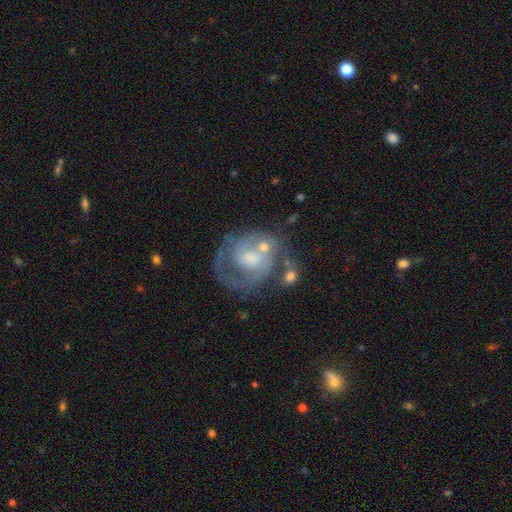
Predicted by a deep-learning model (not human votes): Smooth or featured?
  - featured or disk: 79% *
  - smooth: 13%
  - star or artifact: 8%
Edge-on disk?
  - no: 98% *
  - yes: 2%
Bar?
  - no: 55% *
  - weak: 38%
  - strong: 8%
Spiral arms?
  - yes: 87% *
  - no: 13%
Spiral winding?
  - tight: 48% *
  - medium: 38%
  - loose: 13%
Spiral arm count?
  - 2: 43% *
  - 1: 26%
  - can't tell: 20%
  - 3: 7%
  - 4: 2%
  - more than 4: 2%
Bulge size?
  - moderate: 42% *
  - small: 35%
  - none: 12%
  - large: 9%
  - dominant: 2%
Merging?
  - none: 53% *
  - minor disturbance: 18%
  - major disturbance: 17%
  - merger: 12%